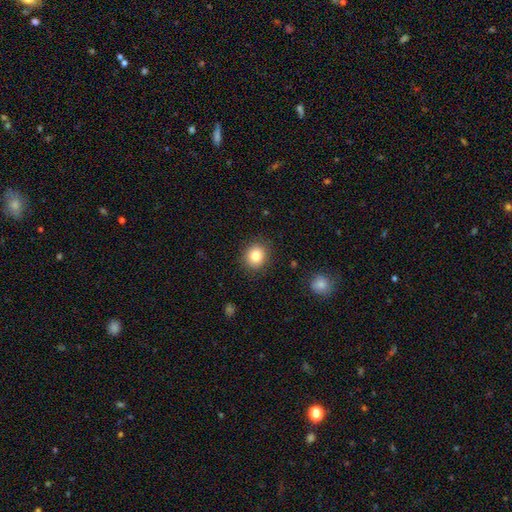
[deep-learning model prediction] Overall: smooth (83%). How rounded: round (80%). Merging: none (89%).